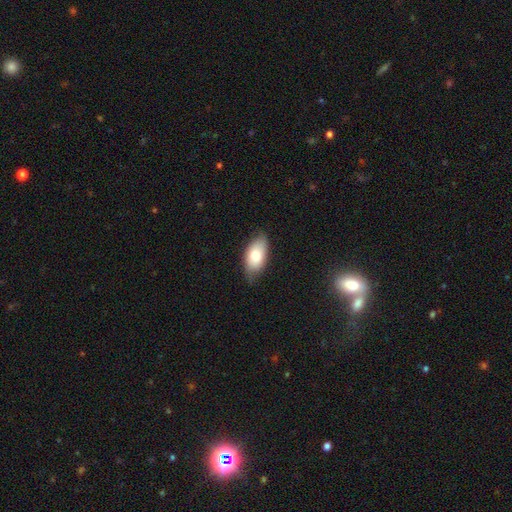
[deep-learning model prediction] Morphology: type=smooth (76%); roundness=in between (92%); merging=none (72%).